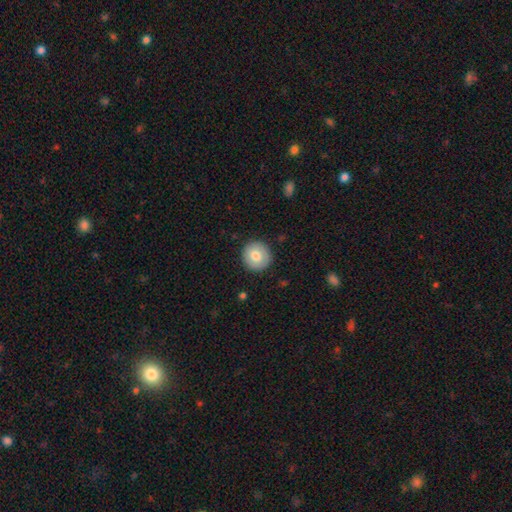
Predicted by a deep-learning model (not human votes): smooth_or_featured: smooth (p=0.76) [alt: featured or disk p=0.17]
how_rounded: round (p=0.94) [alt: in between p=0.05]
merging: none (p=0.91) [alt: minor disturbance p=0.07]